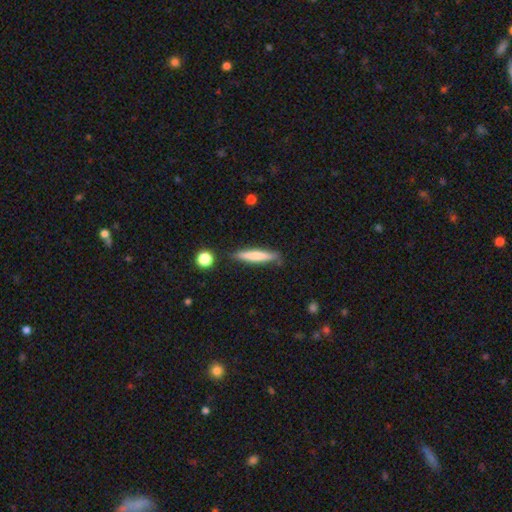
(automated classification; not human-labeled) Overall: smooth (70%). How rounded: cigar-shaped (91%). Merging: none (84%).